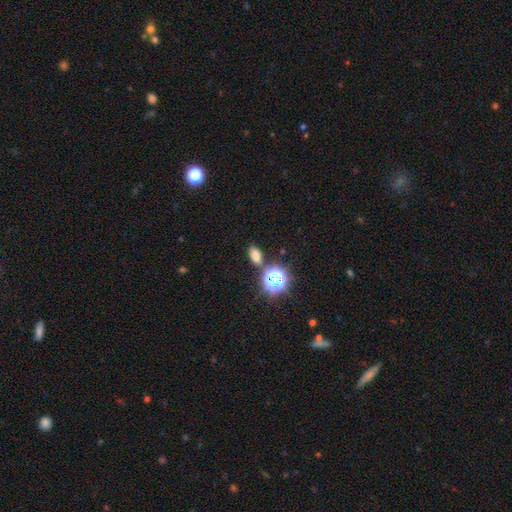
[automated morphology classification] Smooth or featured? Predicted: smooth (p=0.66). How rounded? Predicted: in between (p=0.83). Merging? Predicted: none (p=0.78).